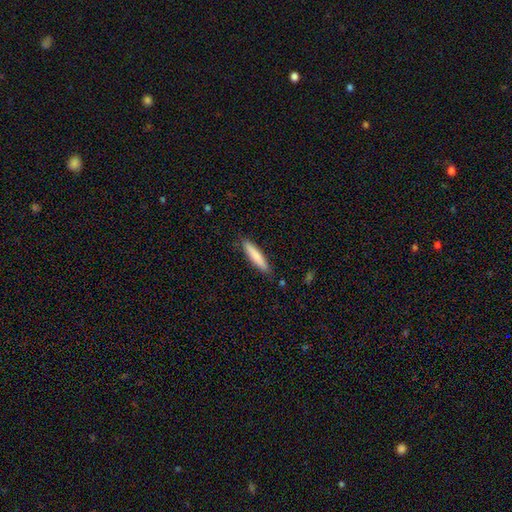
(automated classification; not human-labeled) A smooth galaxy with no disk features (81%) that is cigar-shaped (87%).

Vote fractions:
- Smooth or featured? smooth: 81% / featured or disk: 14% / star or artifact: 6%
- How rounded? cigar-shaped: 87% / in between: 12% / round: 1%
- Merging? none: 87% / minor disturbance: 10% / major disturbance: 2% / merger: 1%